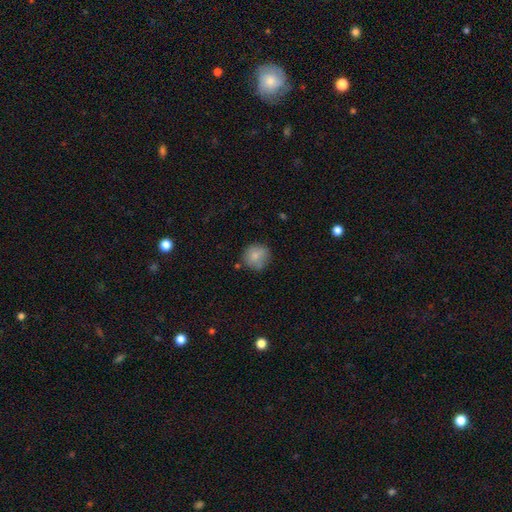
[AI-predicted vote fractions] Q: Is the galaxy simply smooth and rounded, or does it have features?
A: smooth — 79%.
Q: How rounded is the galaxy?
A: round — 91%.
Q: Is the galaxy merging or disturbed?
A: none — 74%.